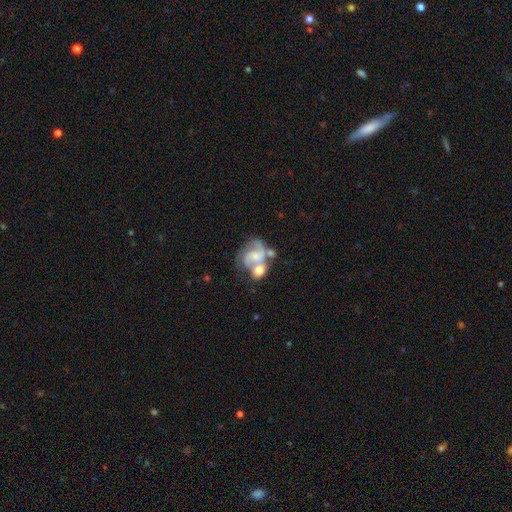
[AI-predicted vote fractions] Morphology: type=featured or disk (73%); edge-on=no (98%); bar=no (64%); spiral arms=yes (84%); winding=medium (50%); arm count=2 (67%); bulge=small (41%); merging=merger (44%).